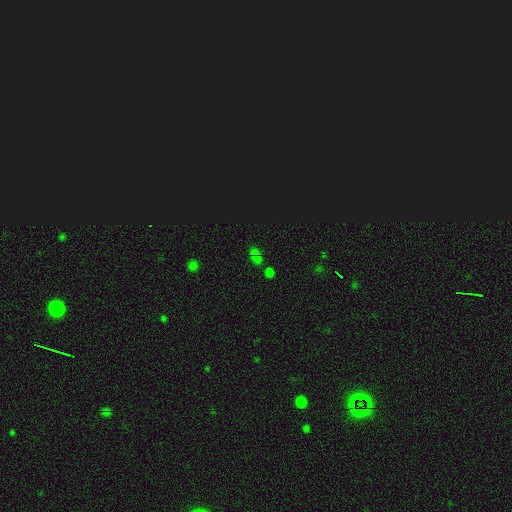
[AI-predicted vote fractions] star or artifact 52%, smooth 39%, featured or disk 9%.